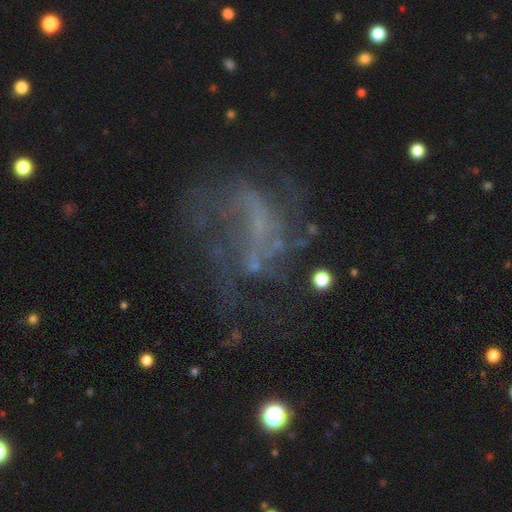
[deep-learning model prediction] This is likely a featured or disk galaxy (66%). It is clearly not viewed edge-on (97%). Bar: likely no (61%). Spiral arm pattern: possibly yes (52%). Central bulge: likely none (64%). Merging: marginally major disturbance (40%).